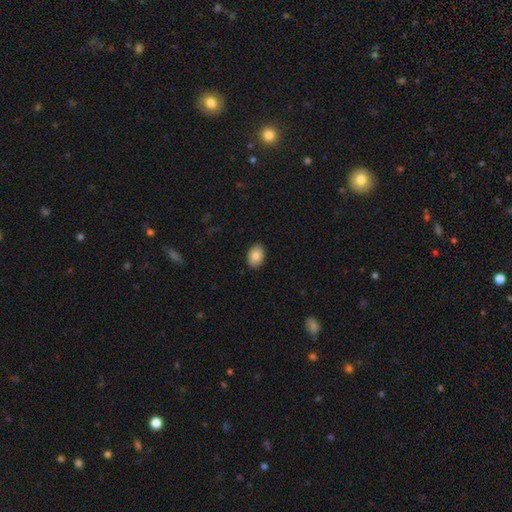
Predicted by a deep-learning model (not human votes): Smooth or featured? Predicted: smooth (p=0.86). How rounded? Predicted: in between (p=0.82). Merging? Predicted: none (p=0.89).